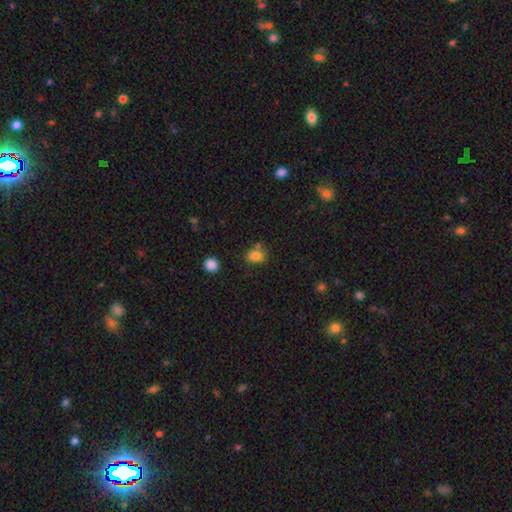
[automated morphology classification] Q: Smooth or featured?
A: smooth (80%); runner-up: star or artifact (12%)
Q: How rounded?
A: in between (62%); runner-up: round (37%)
Q: Merging?
A: none (60%); runner-up: minor disturbance (17%)